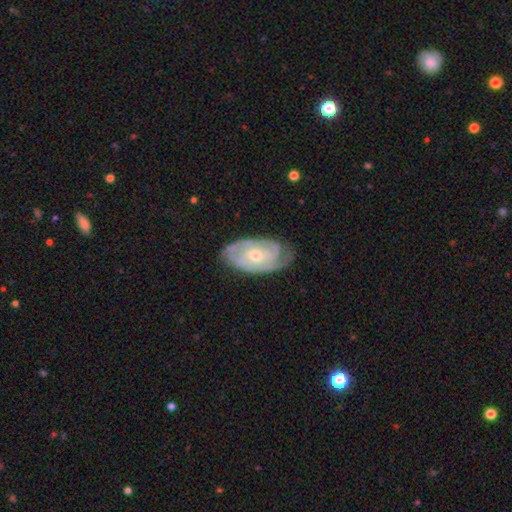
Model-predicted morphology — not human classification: smooth_or_featured: featured or disk (p=0.87) [alt: smooth p=0.09]
disk_edge_on: no (p=0.96) [alt: yes p=0.04]
bar: no (p=0.64) [alt: weak p=0.29]
has_spiral_arms: yes (p=0.96) [alt: no p=0.04]
spiral_winding: tight (p=0.67) [alt: medium p=0.28]
spiral_arm_count: 2 (p=0.37) [alt: 3 p=0.29]
bulge_size: moderate (p=0.55) [alt: small p=0.42]
merging: none (p=0.76) [alt: minor disturbance p=0.19]